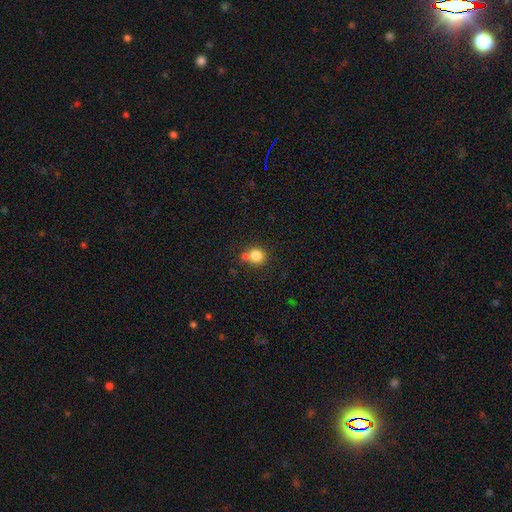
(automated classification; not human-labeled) smooth-or-featured: smooth: 82% | star or artifact: 11% | featured or disk: 7%
  how-rounded: round: 84% | in between: 15% | cigar-shaped: 1%
  merging: none: 60% | merger: 24% | minor disturbance: 12% | major disturbance: 4%